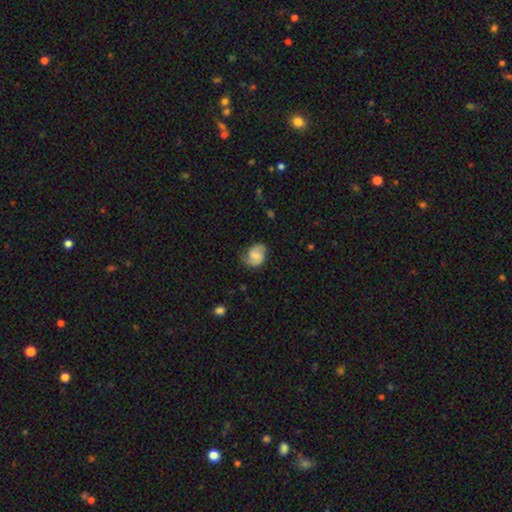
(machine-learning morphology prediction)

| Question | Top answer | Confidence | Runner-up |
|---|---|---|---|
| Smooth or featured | featured or disk | 48% | smooth (44%) |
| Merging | none | 51% | minor disturbance (32%) |